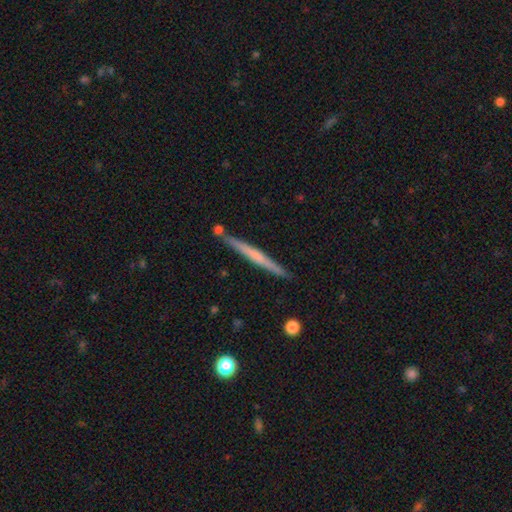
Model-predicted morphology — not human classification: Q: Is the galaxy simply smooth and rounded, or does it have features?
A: featured or disk — 53%.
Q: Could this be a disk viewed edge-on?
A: yes — 98%.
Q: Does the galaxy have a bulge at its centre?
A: none — 68%.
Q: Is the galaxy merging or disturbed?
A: none — 87%.